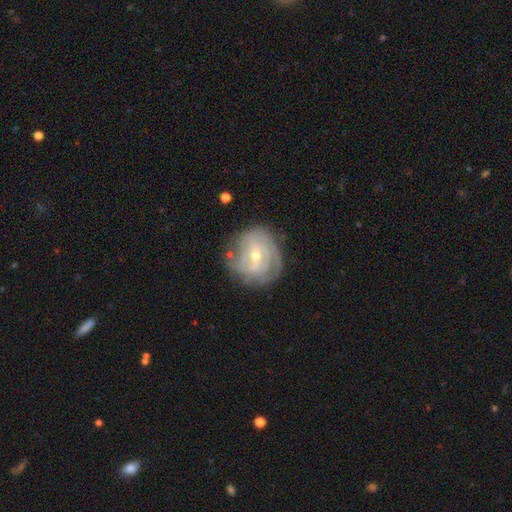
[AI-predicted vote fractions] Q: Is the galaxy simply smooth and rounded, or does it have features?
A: featured or disk — 83%.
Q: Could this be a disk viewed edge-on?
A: no — 97%.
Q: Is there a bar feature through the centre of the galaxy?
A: weak — 52%.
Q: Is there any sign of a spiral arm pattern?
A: yes — 93%.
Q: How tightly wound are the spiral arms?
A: tight — 68%.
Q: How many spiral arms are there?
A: can't tell — 35%.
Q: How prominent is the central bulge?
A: moderate — 49%.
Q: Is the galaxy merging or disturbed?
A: none — 75%.